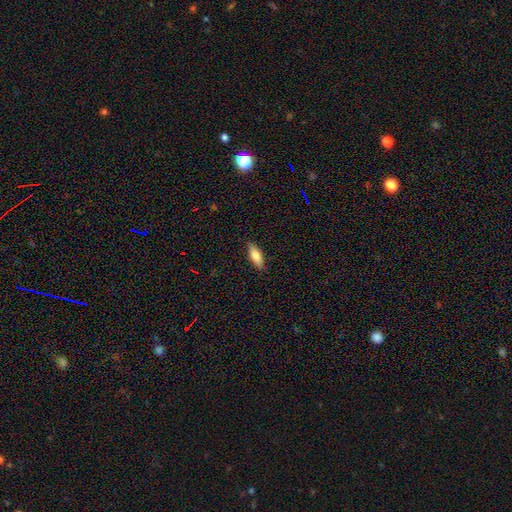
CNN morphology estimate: type=smooth (77%); roundness=in between (59%); merging=none (86%).